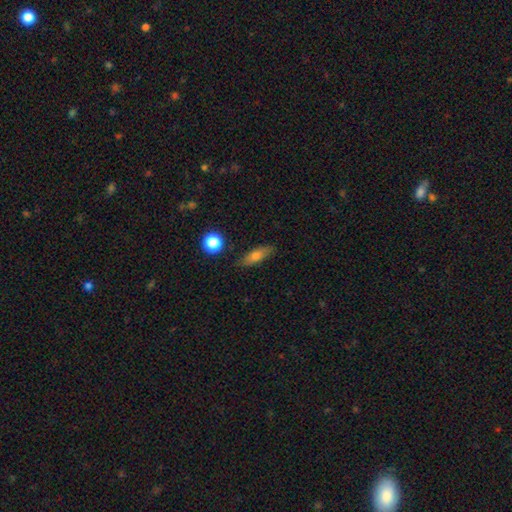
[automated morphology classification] Smooth or featured? Predicted: smooth (p=0.67). How rounded? Predicted: in between (p=0.55). Merging? Predicted: none (p=0.83).